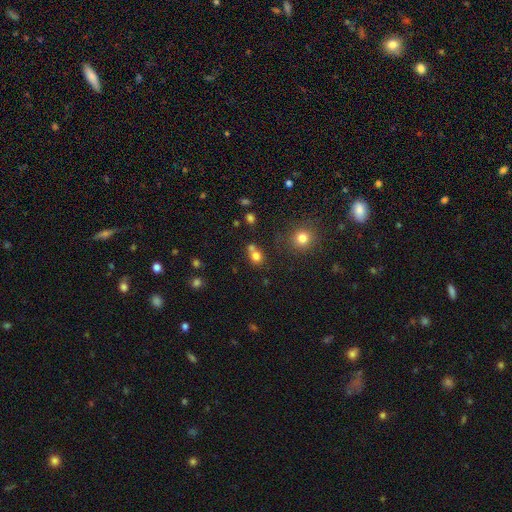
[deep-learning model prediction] Smooth or featured? smooth (76%)
How rounded? round (72%)
Merging? none (51%)